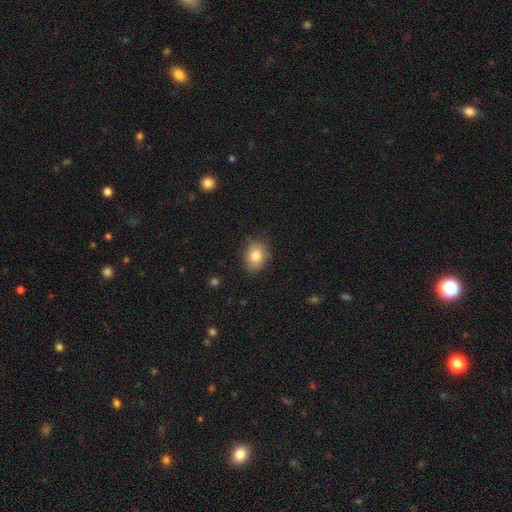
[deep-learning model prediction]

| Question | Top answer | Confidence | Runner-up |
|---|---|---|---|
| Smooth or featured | smooth | 81% | star or artifact (10%) |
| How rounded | in between | 50% | round (49%) |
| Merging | none | 78% | minor disturbance (17%) |